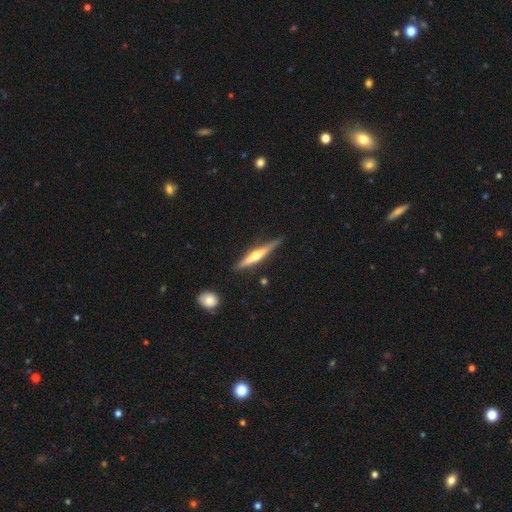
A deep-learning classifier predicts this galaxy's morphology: Smooth or featured?
  - featured or disk: 68% *
  - smooth: 27%
  - star or artifact: 5%
Edge-on disk?
  - yes: 97% *
  - no: 3%
Edge-on bulge?
  - rounded: 90% *
  - none: 6%
  - boxy: 4%
Merging?
  - none: 83% *
  - minor disturbance: 12%
  - major disturbance: 2%
  - merger: 2%